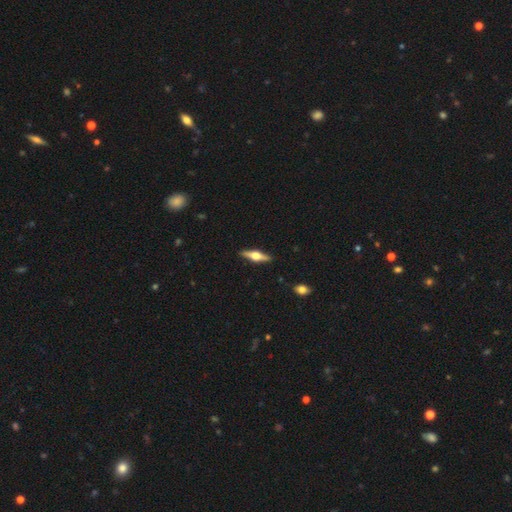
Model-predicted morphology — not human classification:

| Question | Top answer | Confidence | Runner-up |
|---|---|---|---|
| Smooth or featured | featured or disk | 70% | smooth (24%) |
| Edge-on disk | yes | 97% | no (3%) |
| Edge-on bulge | rounded | 94% | boxy (4%) |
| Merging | none | 90% | minor disturbance (7%) |